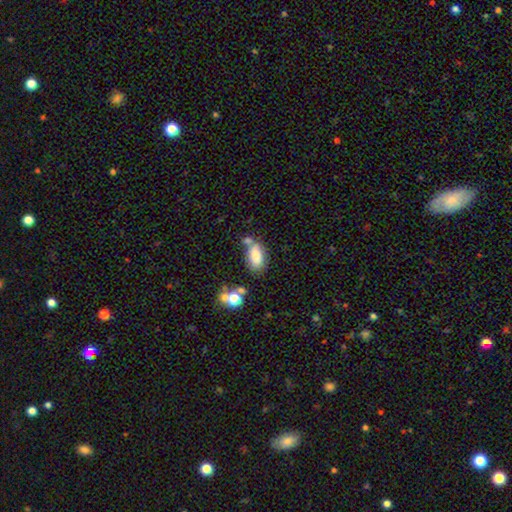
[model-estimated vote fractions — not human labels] A smooth galaxy with no disk features (79%) that is in between round and cigar-shaped (88%).

Vote fractions:
- Smooth or featured? smooth: 79% / featured or disk: 12% / star or artifact: 10%
- How rounded? in between: 88% / cigar-shaped: 7% / round: 5%
- Merging? none: 55% / merger: 21% / minor disturbance: 18% / major disturbance: 6%